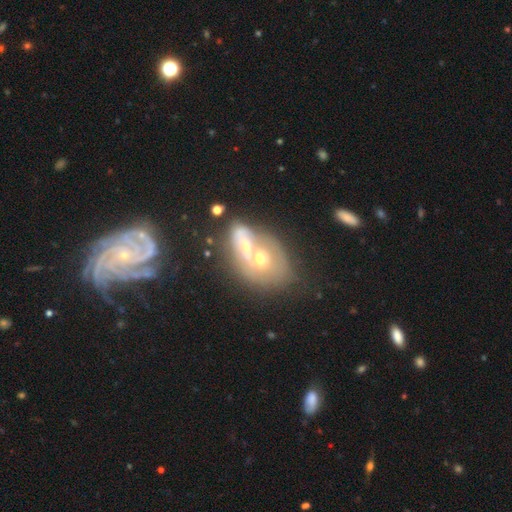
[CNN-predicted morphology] This appears to be a featured or disk galaxy (55%) with no bar (74%), no spiral arms (64%) and a moderate central bulge (53%). Merging: merger (65%).